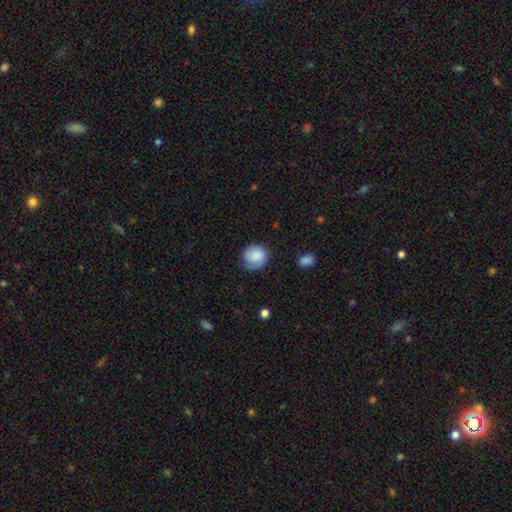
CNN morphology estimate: A smooth galaxy with no disk features (70%) that is round (81%).

Vote fractions:
- Smooth or featured? smooth: 70% / featured or disk: 23% / star or artifact: 7%
- How rounded? round: 81% / in between: 18% / cigar-shaped: 1%
- Merging? none: 62% / minor disturbance: 25% / major disturbance: 11% / merger: 2%